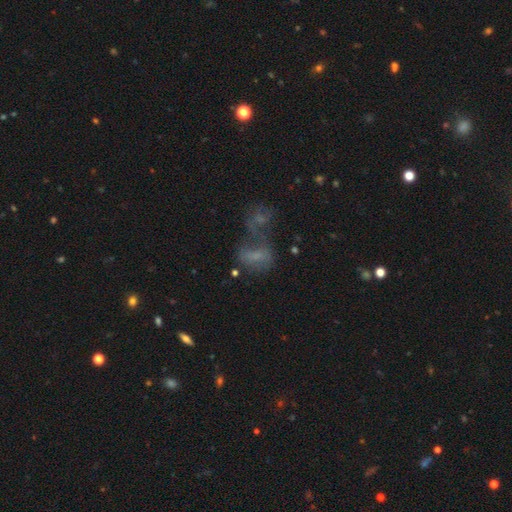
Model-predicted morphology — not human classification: A smooth galaxy with no disk features (47%). Merging: merger (52%).